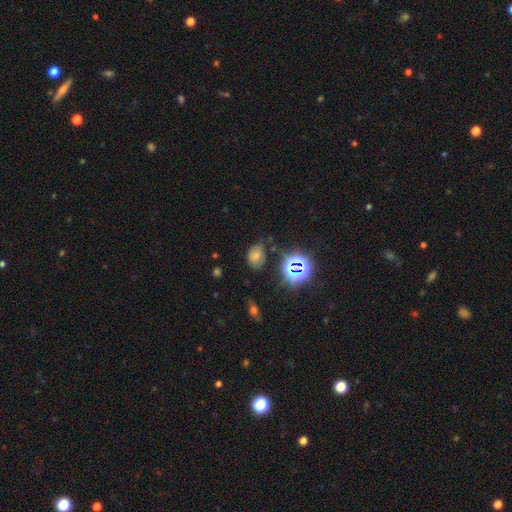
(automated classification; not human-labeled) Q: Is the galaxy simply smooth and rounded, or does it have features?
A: smooth — 64%.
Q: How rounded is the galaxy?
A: in between — 73%.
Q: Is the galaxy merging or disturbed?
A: none — 67%.